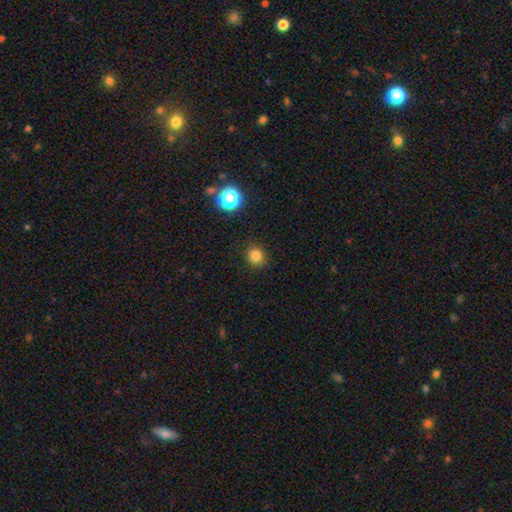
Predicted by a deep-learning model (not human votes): Smooth or featured? smooth (82%)
How rounded? round (90%)
Merging? none (90%)